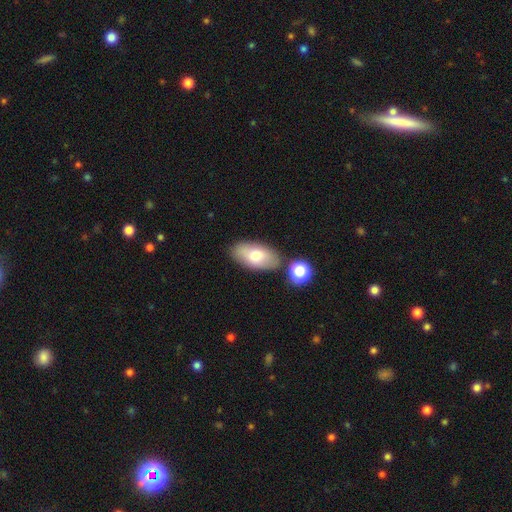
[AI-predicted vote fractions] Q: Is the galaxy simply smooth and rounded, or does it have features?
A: smooth — 71%.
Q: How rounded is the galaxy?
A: in between — 93%.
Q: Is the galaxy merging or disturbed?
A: none — 76%.